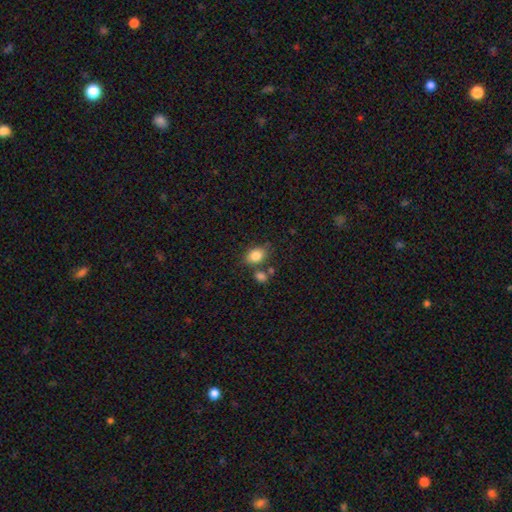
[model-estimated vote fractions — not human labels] smooth-or-featured: smooth: 84% | star or artifact: 9% | featured or disk: 7%
  how-rounded: in between: 73% | round: 26% | cigar-shaped: 1%
  merging: none: 65% | merger: 16% | minor disturbance: 15% | major disturbance: 4%